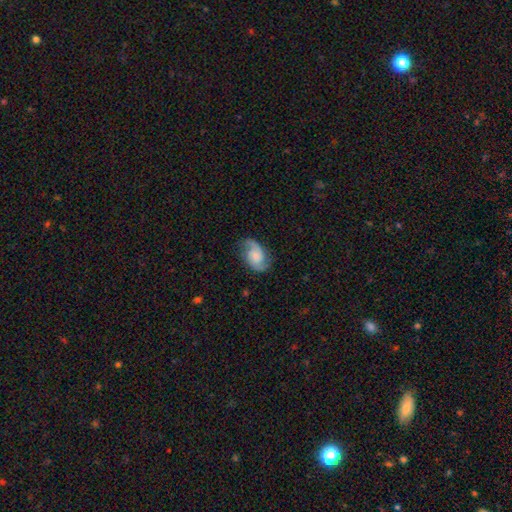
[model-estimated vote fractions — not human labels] Smooth or featured? Predicted: featured or disk (p=0.81). Edge-on disk? Predicted: no (p=0.98). Bar? Predicted: no (p=0.64). Spiral arms? Predicted: yes (p=0.97). Spiral winding? Predicted: medium (p=0.52). Spiral arm count? Predicted: 2 (p=0.92). Bulge size? Predicted: none (p=0.31). Merging? Predicted: none (p=0.79).